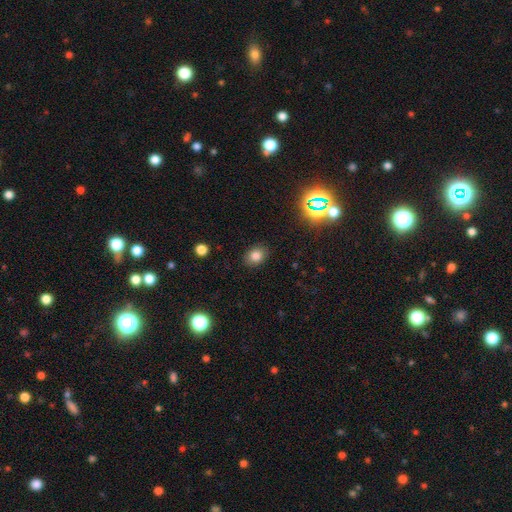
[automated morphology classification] Overall: smooth (79%). How rounded: in between (59%; round 40%). Merging: none (88%).